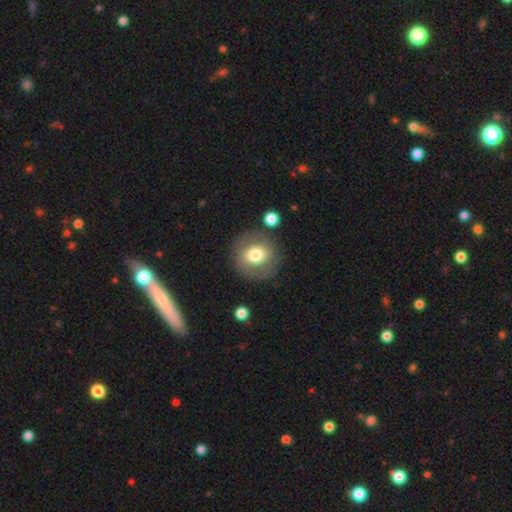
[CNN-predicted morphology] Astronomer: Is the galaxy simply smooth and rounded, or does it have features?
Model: smooth — 63%.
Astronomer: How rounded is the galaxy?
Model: round — 85%.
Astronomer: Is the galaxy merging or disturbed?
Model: none — 83%.